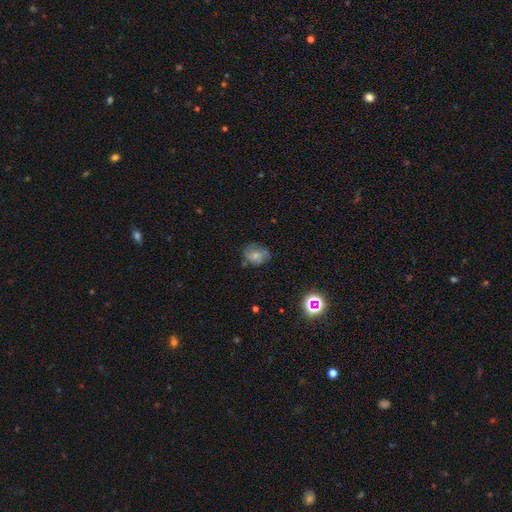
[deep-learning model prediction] Smooth or featured?
  - smooth: 56% *
  - featured or disk: 32%
  - star or artifact: 12%
How rounded?
  - in between: 51% *
  - round: 48%
  - cigar-shaped: 1%
Merging?
  - none: 60% *
  - minor disturbance: 26%
  - major disturbance: 11%
  - merger: 3%